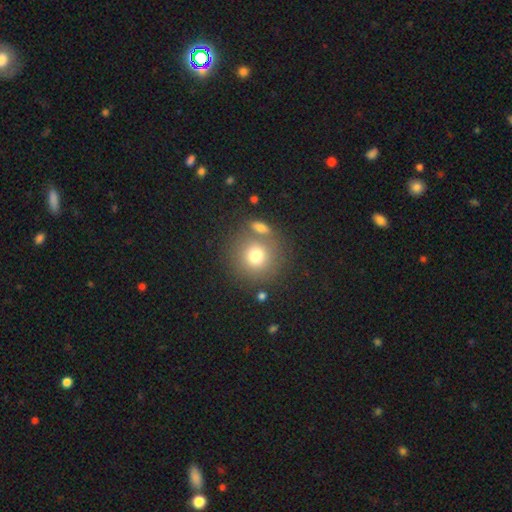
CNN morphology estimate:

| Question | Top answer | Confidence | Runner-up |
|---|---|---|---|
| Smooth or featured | smooth | 76% | featured or disk (13%) |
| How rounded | round | 91% | in between (8%) |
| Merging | none | 69% | merger (17%) |